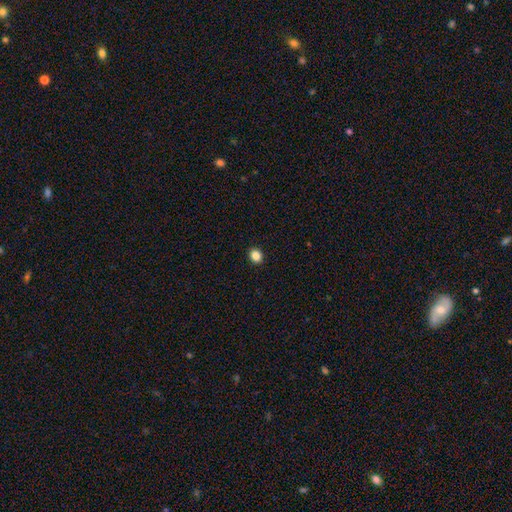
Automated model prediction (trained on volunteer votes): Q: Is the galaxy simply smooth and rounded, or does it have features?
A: smooth — 86%.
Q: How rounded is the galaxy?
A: round — 65%.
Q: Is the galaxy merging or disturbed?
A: none — 92%.